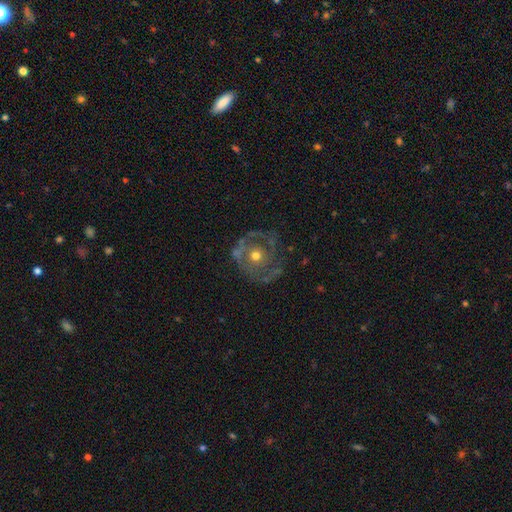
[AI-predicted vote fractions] This appears to be a featured or disk galaxy (67%) with no bar (89%), no spiral arms (52%) and a moderate central bulge (71%). Merging: none (60%).